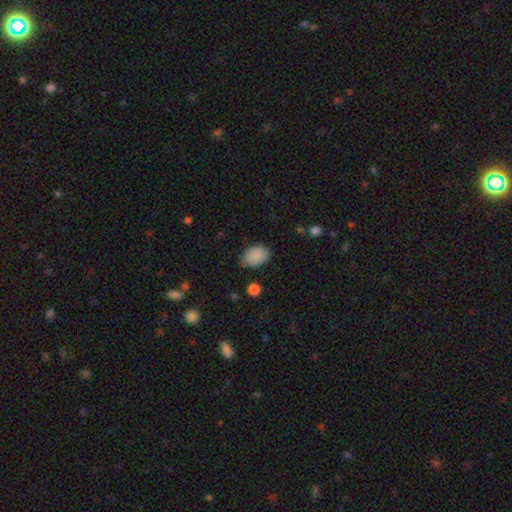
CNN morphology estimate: The model was most divided on "merging": none: 69%, minor disturbance: 25%, major disturbance: 5%, merger: 2%. More confident: smooth or featured — smooth (87%); how rounded — in between (81%).